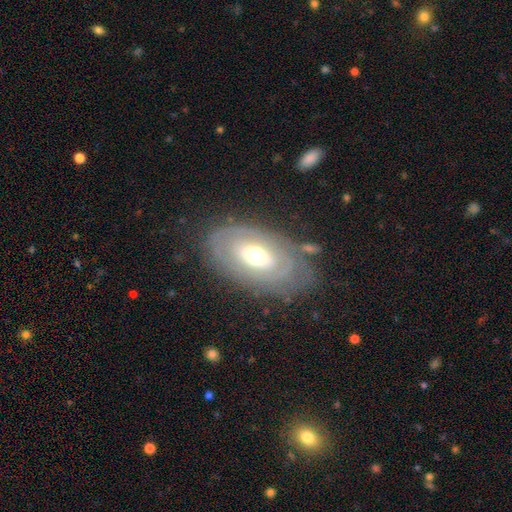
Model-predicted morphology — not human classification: Overall: featured or disk (68%). Edge-on disk: no (92%). Bar: no (72%). Spiral arms: yes (50%, tied with no). Bulge size: moderate (68%). Merging: none (72%).